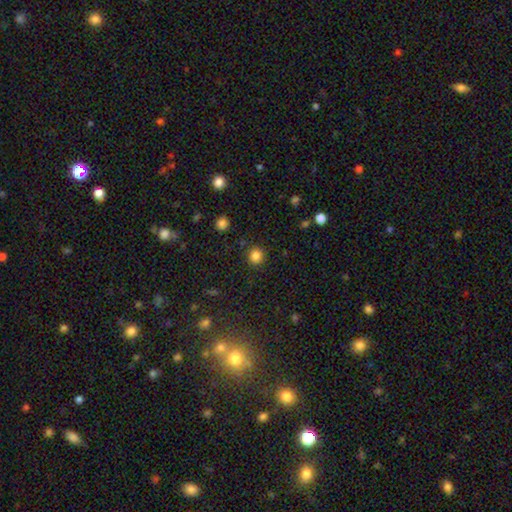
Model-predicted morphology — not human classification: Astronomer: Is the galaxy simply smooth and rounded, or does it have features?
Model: smooth — 84%.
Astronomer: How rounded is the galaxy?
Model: round — 88%.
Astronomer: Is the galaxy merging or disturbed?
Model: none — 89%.